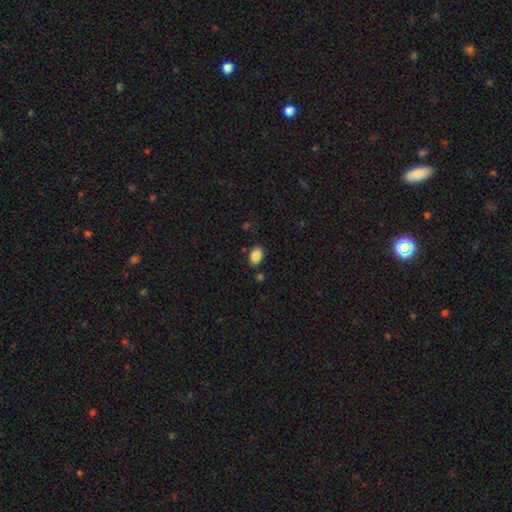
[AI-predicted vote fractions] This appears to be a smooth galaxy with no disk features (87%) that is in between round and cigar-shaped (83%). Merging: none (84%).